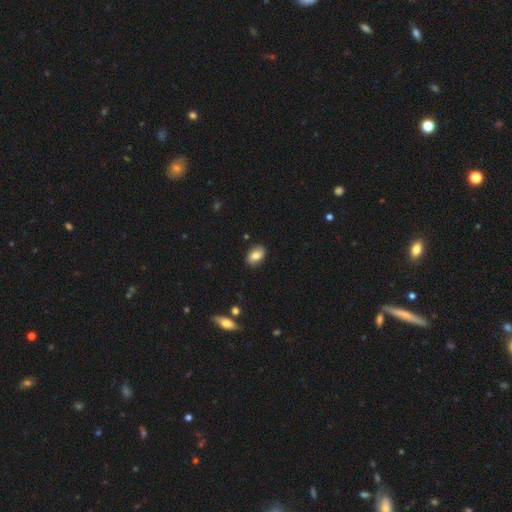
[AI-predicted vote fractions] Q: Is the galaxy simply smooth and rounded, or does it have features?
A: smooth — 80%.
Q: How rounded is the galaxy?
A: in between — 85%.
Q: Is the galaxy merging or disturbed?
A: none — 86%.